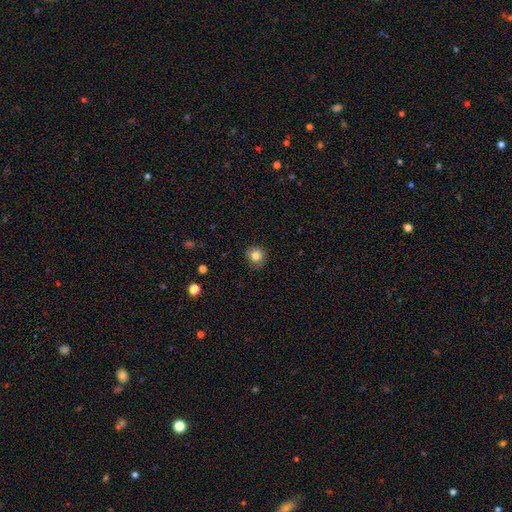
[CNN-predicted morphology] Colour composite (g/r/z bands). It shows a smooth galaxy with no disk features (82%) that is round (92%). Merging: none (87%).